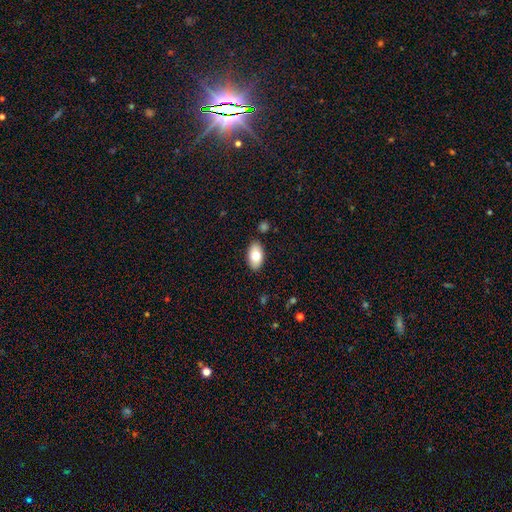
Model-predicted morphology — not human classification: Q: Smooth or featured?
A: smooth (76%); runner-up: featured or disk (17%)
Q: How rounded?
A: in between (94%); runner-up: round (4%)
Q: Merging?
A: none (87%); runner-up: minor disturbance (9%)